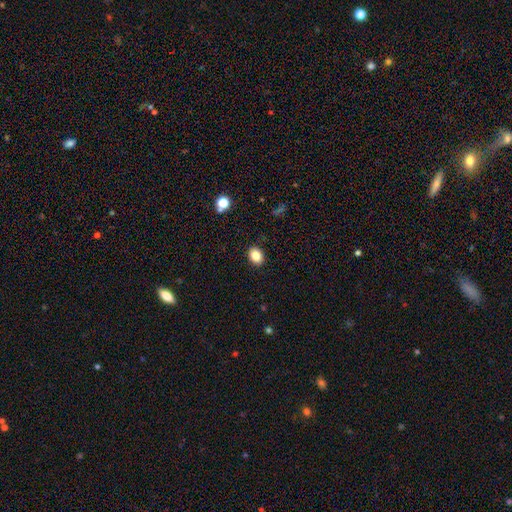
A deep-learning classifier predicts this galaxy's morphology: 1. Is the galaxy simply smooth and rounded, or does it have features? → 85% smooth, 10% star or artifact, 5% featured or disk.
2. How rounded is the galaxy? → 65% in between, 34% round, 1% cigar-shaped.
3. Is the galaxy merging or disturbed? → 89% none, 8% minor disturbance, 2% major disturbance, 1% merger.